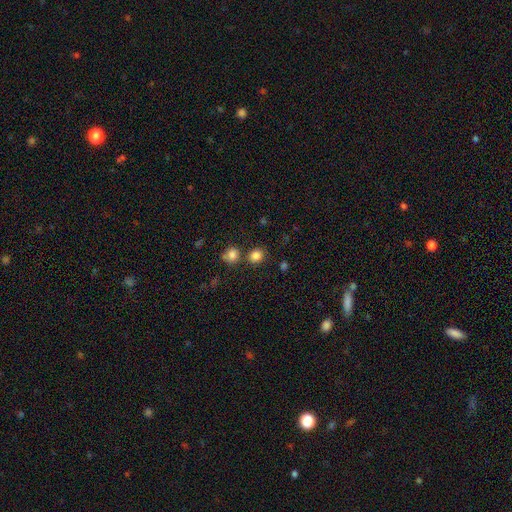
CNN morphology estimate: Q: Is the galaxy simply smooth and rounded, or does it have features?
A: smooth — 83%.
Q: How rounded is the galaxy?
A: round — 75%.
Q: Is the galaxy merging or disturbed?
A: none — 74%.